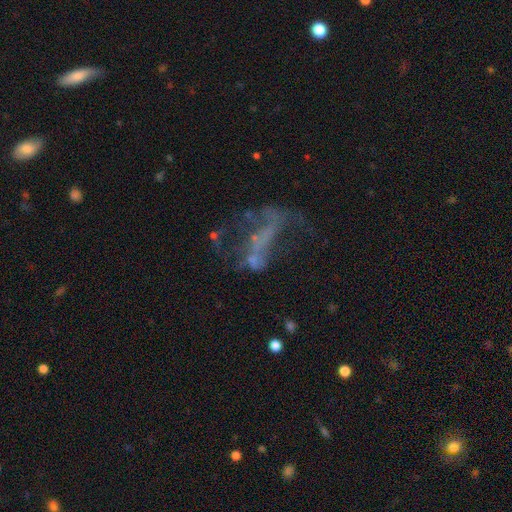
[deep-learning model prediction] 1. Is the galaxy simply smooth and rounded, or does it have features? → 56% featured or disk, 24% star or artifact, 20% smooth.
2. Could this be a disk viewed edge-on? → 94% no, 6% yes.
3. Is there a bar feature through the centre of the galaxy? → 78% no, 13% weak, 8% strong.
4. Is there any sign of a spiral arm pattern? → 83% no, 17% yes.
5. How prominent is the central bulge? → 74% none, 17% small, 6% moderate, 2% large, 1% dominant.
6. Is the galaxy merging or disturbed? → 42% major disturbance, 30% none, 15% merger, 12% minor disturbance.